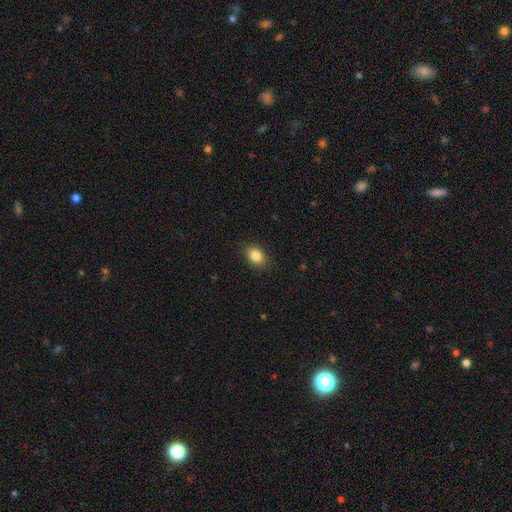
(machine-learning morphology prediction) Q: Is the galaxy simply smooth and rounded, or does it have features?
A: smooth — 85%.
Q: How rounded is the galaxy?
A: in between — 78%.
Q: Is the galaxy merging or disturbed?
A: none — 88%.